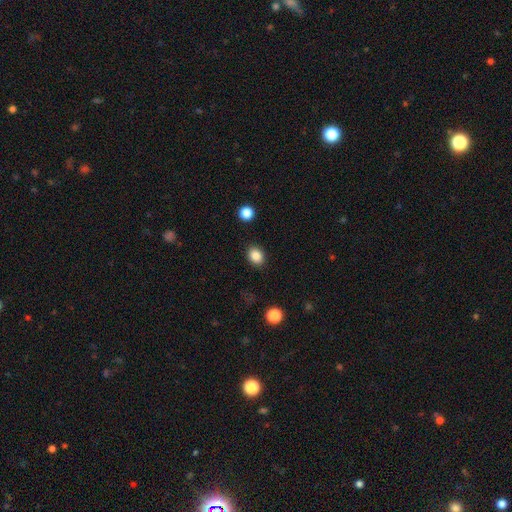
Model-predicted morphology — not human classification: A smooth galaxy with no disk features (86%) that is in between round and cigar-shaped (52%). Merging: none (89%).